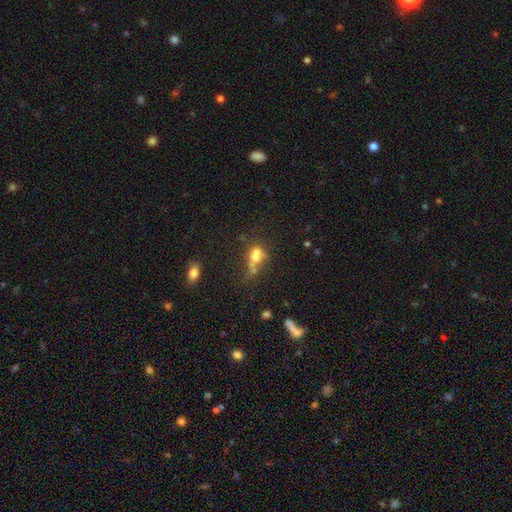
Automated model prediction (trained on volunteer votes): smooth_or_featured: smooth (p=0.58) [alt: featured or disk p=0.24]
how_rounded: in between (p=0.54) [alt: round p=0.42]
merging: merger (p=0.49) [alt: none p=0.24]